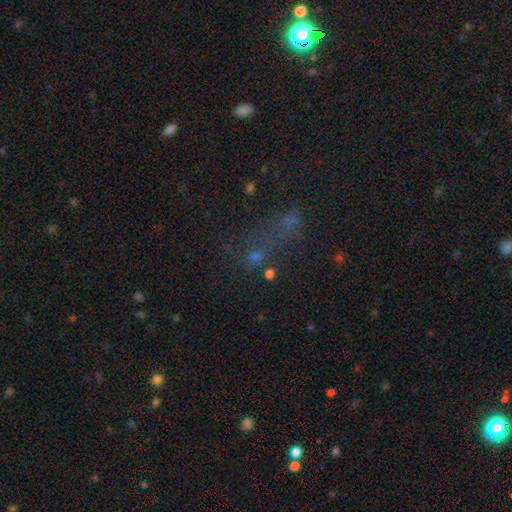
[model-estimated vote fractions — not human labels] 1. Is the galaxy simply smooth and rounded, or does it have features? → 51% star or artifact, 32% smooth, 16% featured or disk.